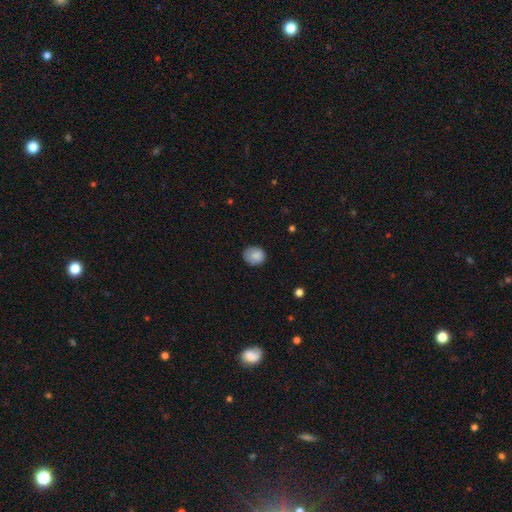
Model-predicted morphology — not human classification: A smooth galaxy with no disk features (85%) that is round (74%). Merging: none (73%).